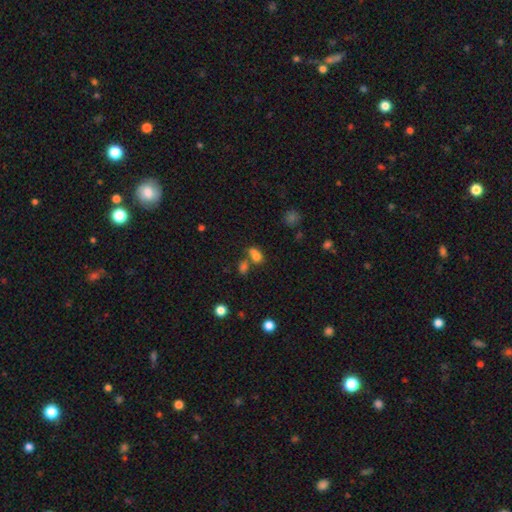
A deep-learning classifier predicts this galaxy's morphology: Smooth or featured? smooth (74%)
How rounded? in between (68%)
Merging? merger (50%)